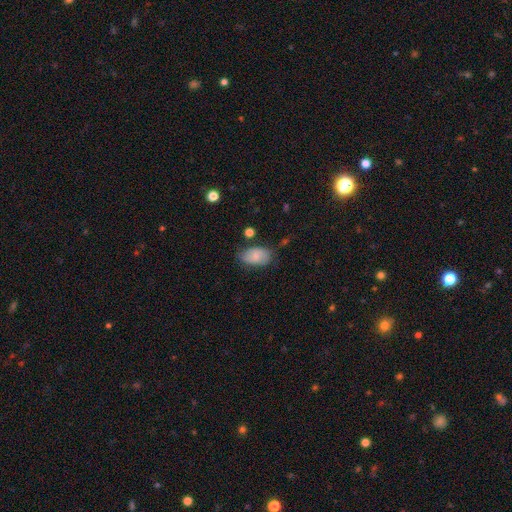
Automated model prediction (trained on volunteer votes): A smooth galaxy with no disk features (75%) that is in between round and cigar-shaped (91%). Merging: none (66%).